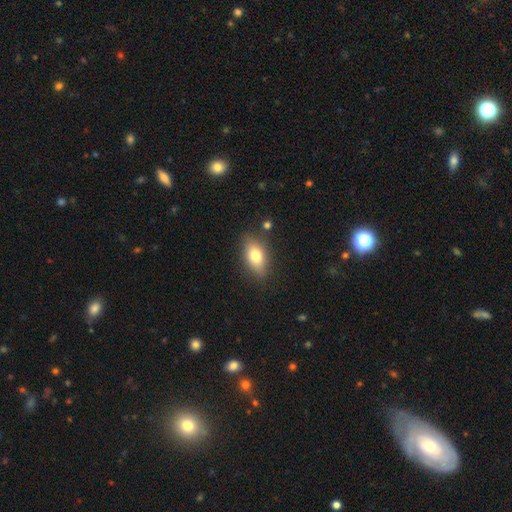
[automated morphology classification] Smooth or featured? smooth (77%)
How rounded? in between (86%)
Merging? none (80%)